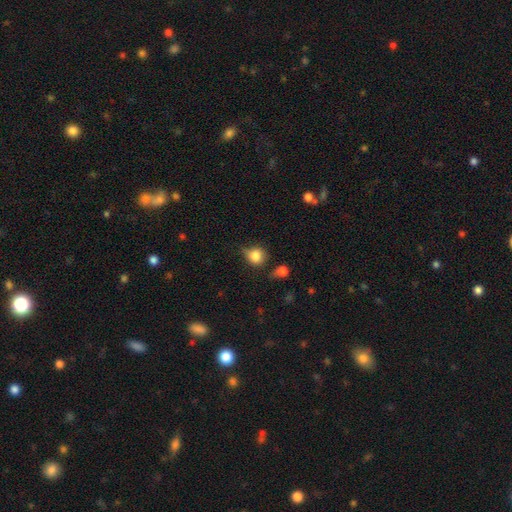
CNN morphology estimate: Q: Smooth or featured?
A: smooth (80%); runner-up: star or artifact (11%)
Q: How rounded?
A: round (78%); runner-up: in between (21%)
Q: Merging?
A: none (53%); runner-up: minor disturbance (30%)